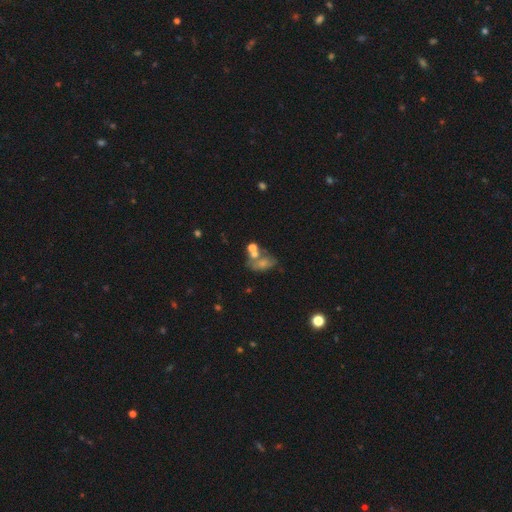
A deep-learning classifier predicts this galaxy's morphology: Overall: smooth (42%; featured or disk 31%). Merging: none (40%; merger 29%).